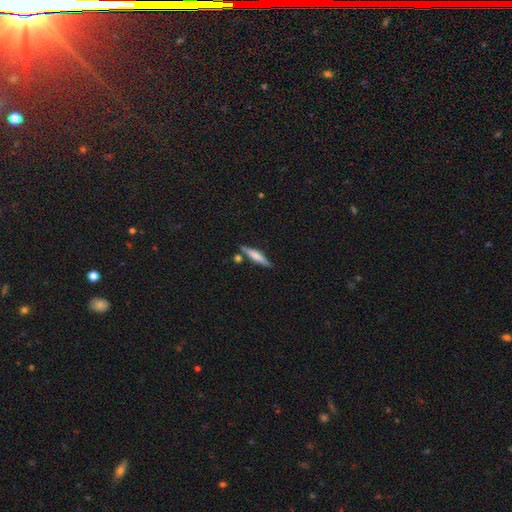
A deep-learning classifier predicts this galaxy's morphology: smooth-or-featured: smooth: 53% | featured or disk: 41% | star or artifact: 6%
  how-rounded: cigar-shaped: 86% | in between: 12% | round: 2%
  merging: none: 78% | minor disturbance: 12% | merger: 8% | major disturbance: 3%